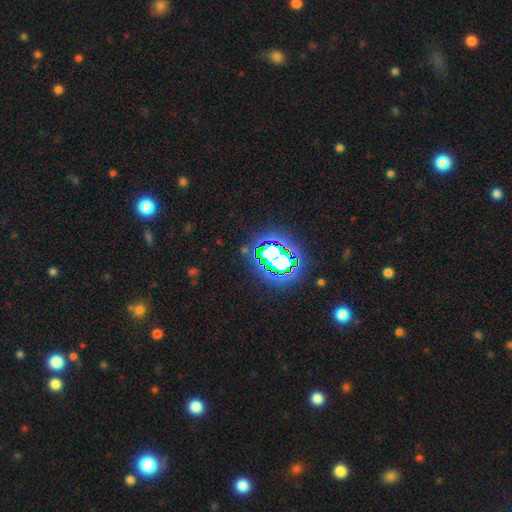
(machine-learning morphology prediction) Smooth or featured?
  - star or artifact: 78% *
  - smooth: 14%
  - featured or disk: 8%